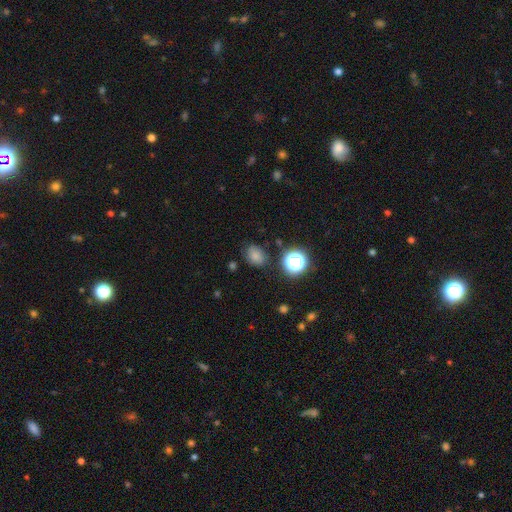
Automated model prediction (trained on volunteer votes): The model was most divided on "how rounded": in between: 54%, round: 45%, cigar-shaped: 1%. More confident: merging — none (78%); smooth or featured — smooth (74%).